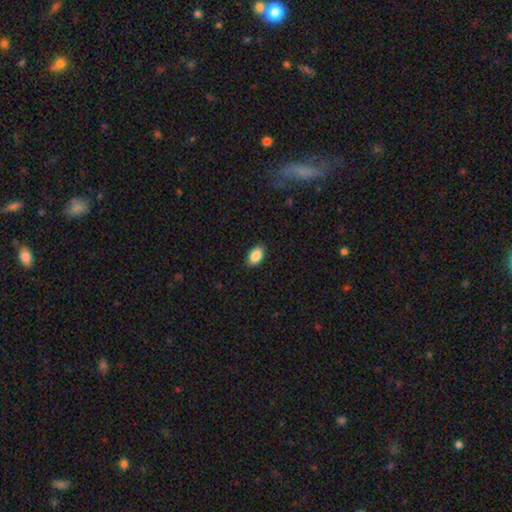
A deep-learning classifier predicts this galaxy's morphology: Smooth or featured?
  - smooth: 88% *
  - star or artifact: 7%
  - featured or disk: 4%
How rounded?
  - in between: 92% *
  - round: 7%
  - cigar-shaped: 2%
Merging?
  - none: 88% *
  - minor disturbance: 9%
  - major disturbance: 2%
  - merger: 1%